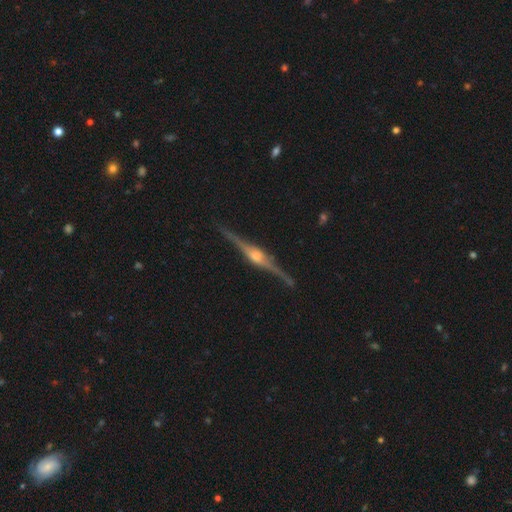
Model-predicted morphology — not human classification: Q: Smooth or featured?
A: featured or disk (89%); runner-up: smooth (6%)
Q: Edge-on disk?
A: yes (98%); runner-up: no (2%)
Q: Edge-on bulge?
A: rounded (88%); runner-up: boxy (10%)
Q: Merging?
A: none (90%); runner-up: minor disturbance (8%)